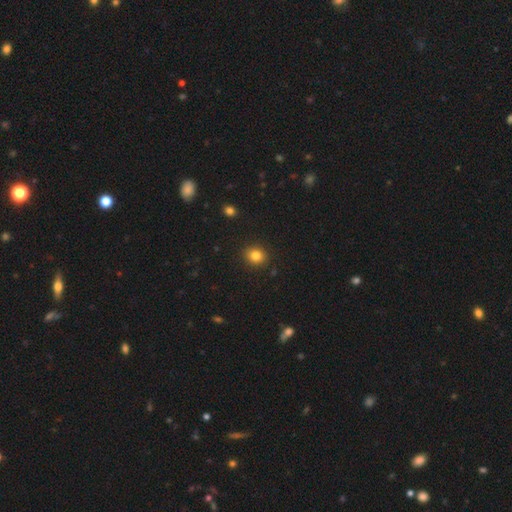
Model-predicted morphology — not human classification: This is clearly a smooth galaxy (82%). How rounded: likely round (76%). Merging: clearly none (90%).